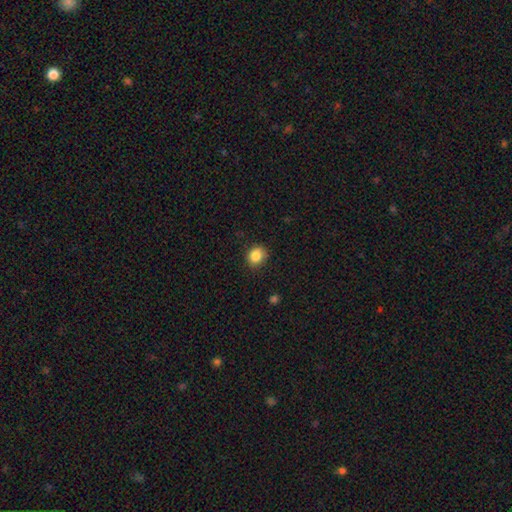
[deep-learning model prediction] Morphology: type=smooth (86%); roundness=round (73%); merging=none (83%).